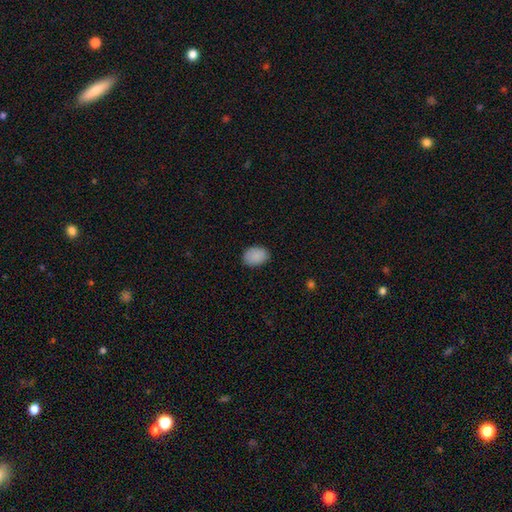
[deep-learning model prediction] A smooth galaxy with no disk features (89%) that is in between round and cigar-shaped (77%). Merging: none (86%).